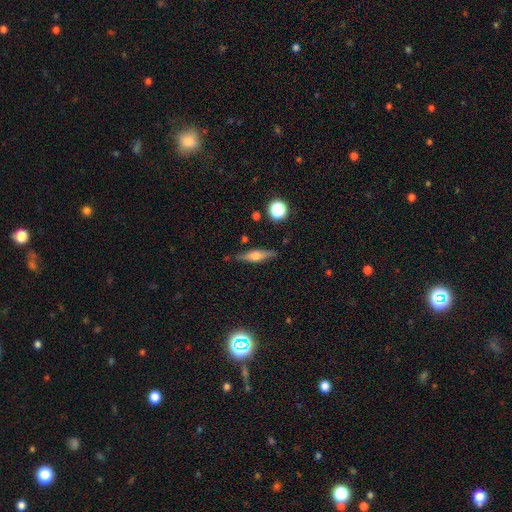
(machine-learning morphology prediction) Smooth or featured: featured or disk — 58% (smooth — 34%)
Edge-on disk: yes — 94% (no — 6%)
Edge-on bulge: rounded — 87% (boxy — 9%)
Merging: none — 84% (minor disturbance — 12%)